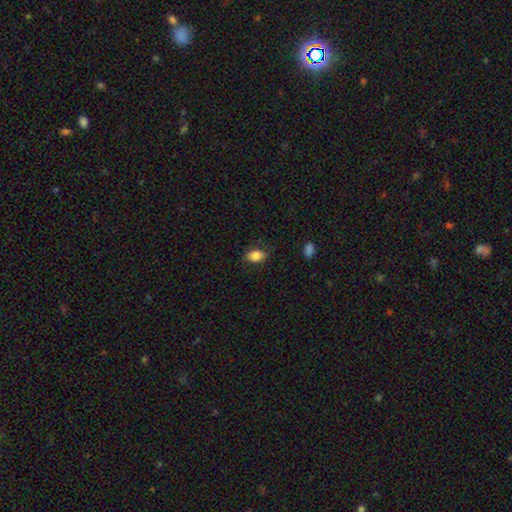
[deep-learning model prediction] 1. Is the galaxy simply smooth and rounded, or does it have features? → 83% smooth, 9% featured or disk, 8% star or artifact.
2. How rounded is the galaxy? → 81% in between, 17% round, 2% cigar-shaped.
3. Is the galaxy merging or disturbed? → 75% none, 19% minor disturbance, 5% major disturbance, 1% merger.